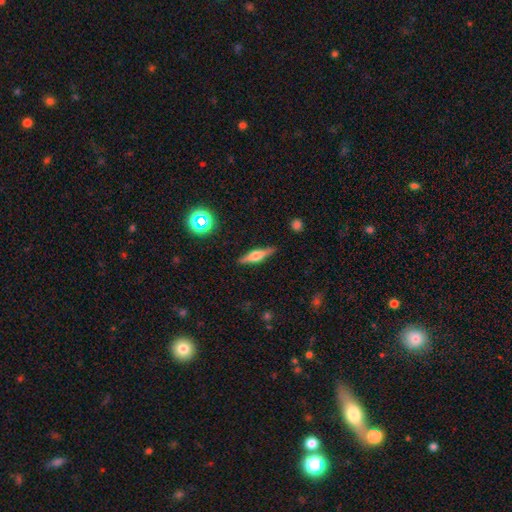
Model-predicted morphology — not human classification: Smooth or featured?
  - featured or disk: 61% *
  - smooth: 31%
  - star or artifact: 8%
Edge-on disk?
  - yes: 96% *
  - no: 4%
Edge-on bulge?
  - rounded: 89% *
  - boxy: 8%
  - none: 3%
Merging?
  - none: 89% *
  - minor disturbance: 8%
  - major disturbance: 2%
  - merger: 1%